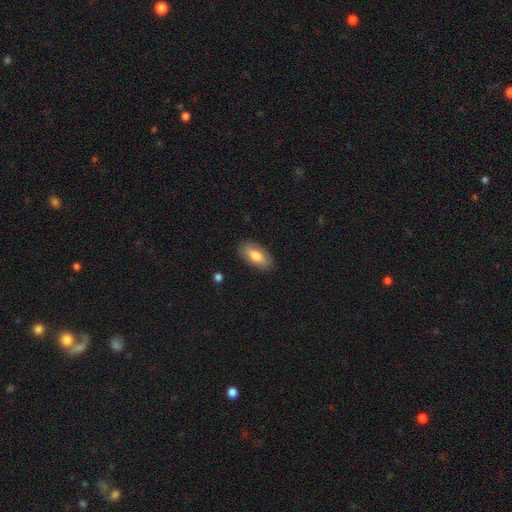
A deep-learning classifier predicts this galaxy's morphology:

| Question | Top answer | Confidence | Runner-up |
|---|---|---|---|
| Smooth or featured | smooth | 77% | featured or disk (17%) |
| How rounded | in between | 91% | cigar-shaped (6%) |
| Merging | none | 86% | minor disturbance (10%) |